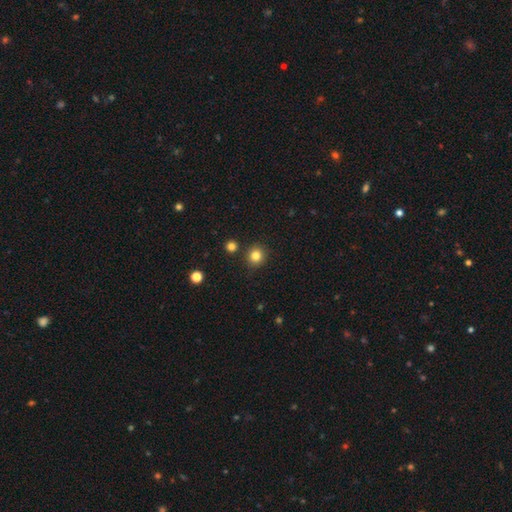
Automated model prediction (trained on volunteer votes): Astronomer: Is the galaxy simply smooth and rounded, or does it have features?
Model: smooth — 83%.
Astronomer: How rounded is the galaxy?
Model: round — 90%.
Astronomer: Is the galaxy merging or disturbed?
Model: none — 88%.